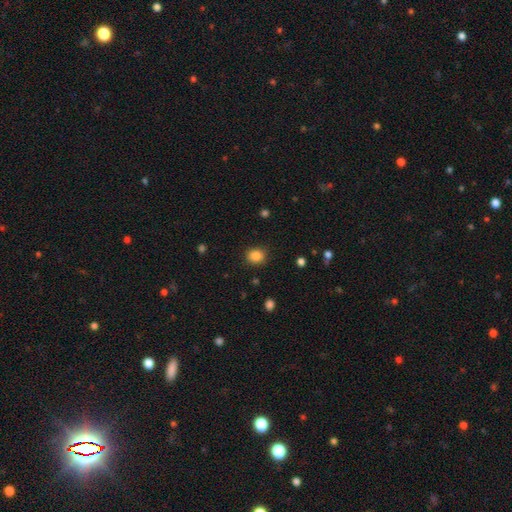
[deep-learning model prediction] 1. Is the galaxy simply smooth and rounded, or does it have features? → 86% smooth, 10% star or artifact, 4% featured or disk.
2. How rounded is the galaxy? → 72% round, 27% in between, 1% cigar-shaped.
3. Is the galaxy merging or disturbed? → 87% none, 9% minor disturbance, 3% major disturbance, 1% merger.